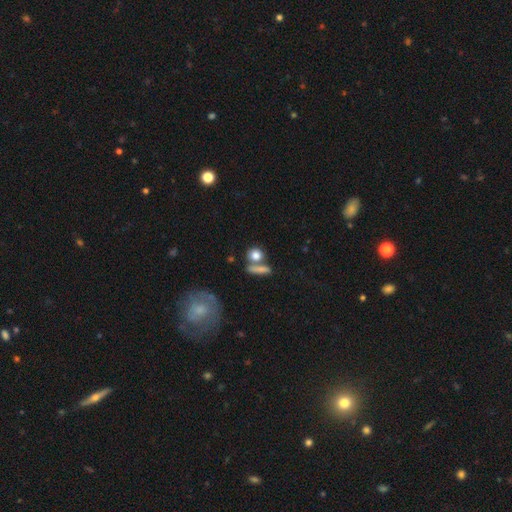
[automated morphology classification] A smooth galaxy with no disk features (80%) that is round (68%).

Vote fractions:
- Smooth or featured? smooth: 80% / featured or disk: 10% / star or artifact: 10%
- How rounded? round: 68% / in between: 23% / cigar-shaped: 9%
- Merging? none: 59% / merger: 25% / minor disturbance: 10% / major disturbance: 5%